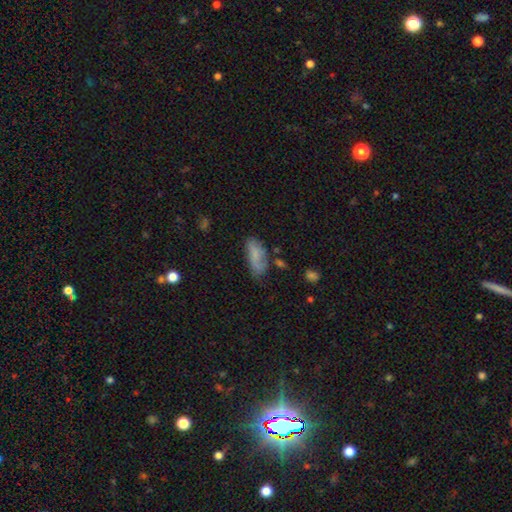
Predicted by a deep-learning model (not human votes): A smooth galaxy with no disk features (69%) that is in between round and cigar-shaped (82%). Merging: none (53%).